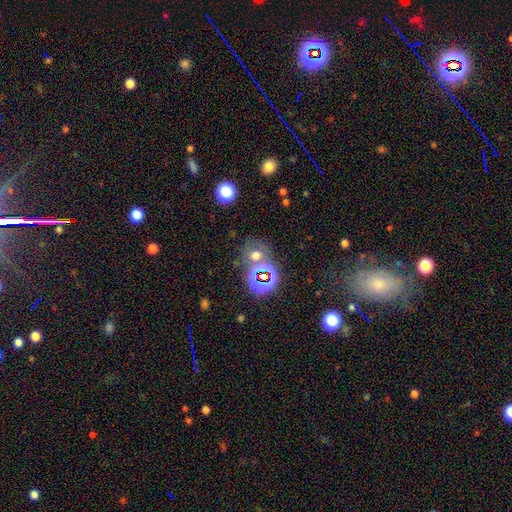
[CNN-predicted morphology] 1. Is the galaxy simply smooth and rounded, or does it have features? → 45% smooth, 42% star or artifact, 13% featured or disk.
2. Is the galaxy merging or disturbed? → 58% none, 23% merger, 11% minor disturbance, 7% major disturbance.